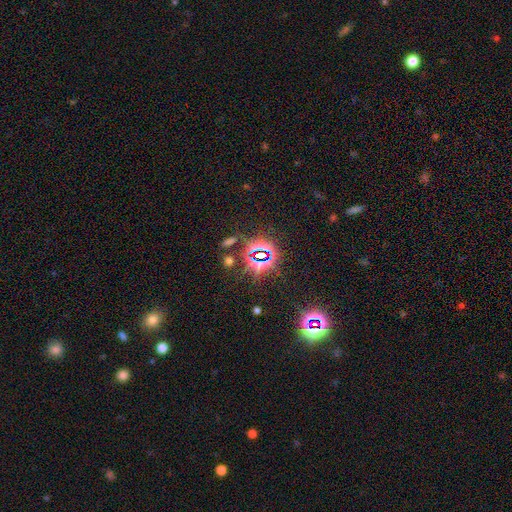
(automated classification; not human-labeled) Smooth or featured? star or artifact (78%)